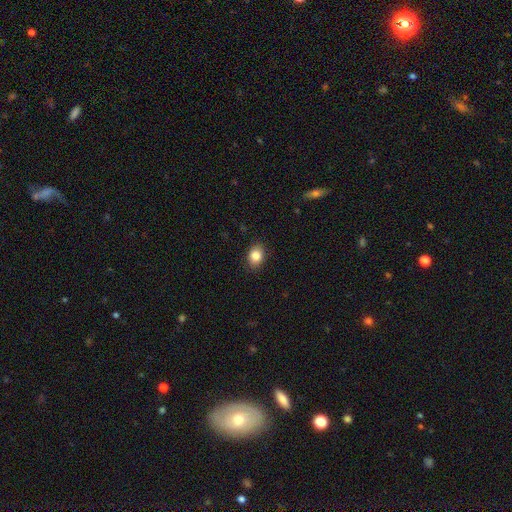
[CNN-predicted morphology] Smooth or featured? smooth (84%)
How rounded? in between (61%)
Merging? none (87%)